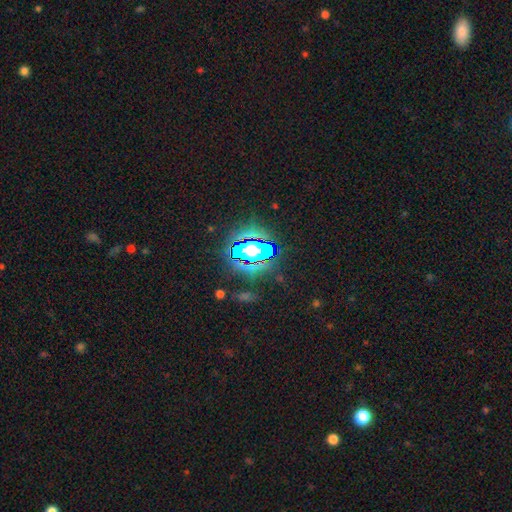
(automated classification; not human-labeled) Smooth or featured? Predicted: star or artifact (p=0.79).